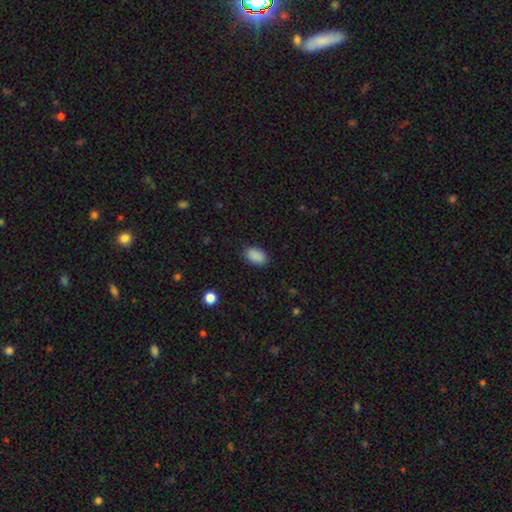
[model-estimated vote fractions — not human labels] A smooth galaxy with no disk features (89%) that is in between round and cigar-shaped (90%).

Vote fractions:
- Smooth or featured? smooth: 89% / star or artifact: 8% / featured or disk: 3%
- How rounded? in between: 90% / round: 8% / cigar-shaped: 2%
- Merging? none: 86% / minor disturbance: 10% / major disturbance: 3% / merger: 1%